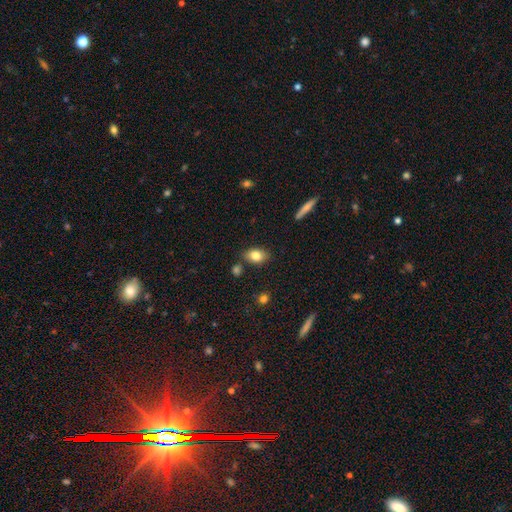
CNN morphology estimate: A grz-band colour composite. It shows a smooth galaxy with no disk features (82%) that is in between round and cigar-shaped (82%). Merging: none (78%).